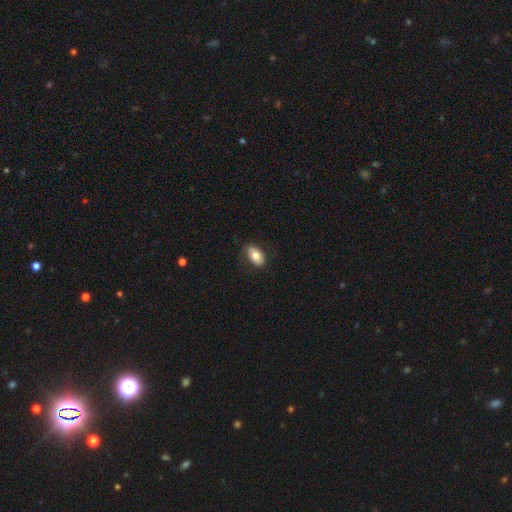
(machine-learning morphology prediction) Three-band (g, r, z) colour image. It shows a smooth galaxy with no disk features (75%) that is in between round and cigar-shaped (91%). Merging: none (82%).